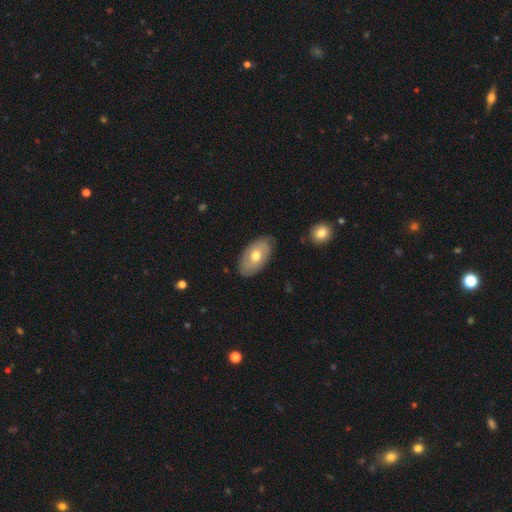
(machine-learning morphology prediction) The model was most divided on "smooth or featured": smooth: 55%, featured or disk: 39%, star or artifact: 6%. More confident: how rounded — in between (93%); merging — none (80%).